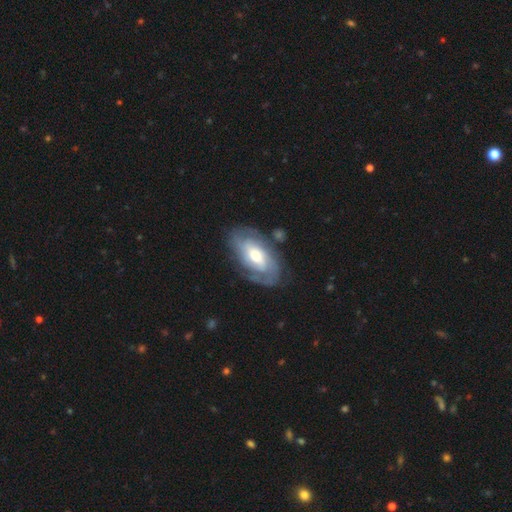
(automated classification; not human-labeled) A featured or disk galaxy (76%) with no bar (50%), 2 (43%) tight (60%) spiral arms (88%) and a moderate central bulge (66%).

Vote fractions:
- Smooth or featured? featured or disk: 76% / smooth: 19% / star or artifact: 5%
- Edge-on disk? no: 94% / yes: 6%
- Bar? no: 50% / weak: 36% / strong: 14%
- Spiral arms? yes: 88% / no: 12%
- Spiral winding? tight: 60% / medium: 30% / loose: 10%
- Spiral arm count? 2: 43% / can't tell: 33% / 3: 12% / 1: 5% / 4: 4% / more than 4: 3%
- Bulge size? moderate: 66% / small: 23% / large: 9% / dominant: 1% / none: 1%
- Merging? none: 73% / minor disturbance: 17% / major disturbance: 7% / merger: 3%